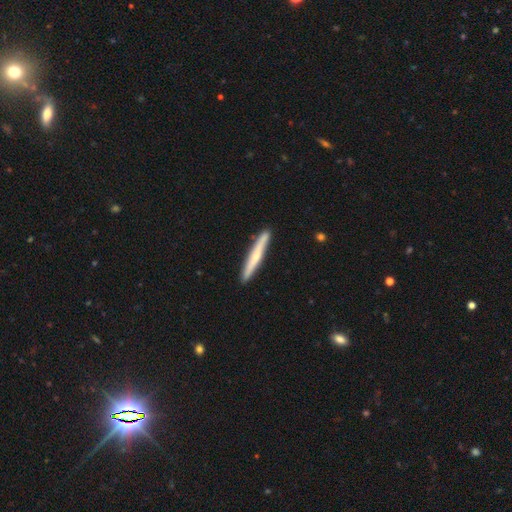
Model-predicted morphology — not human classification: Smooth or featured? Predicted: featured or disk (p=0.48). Merging? Predicted: none (p=0.90).